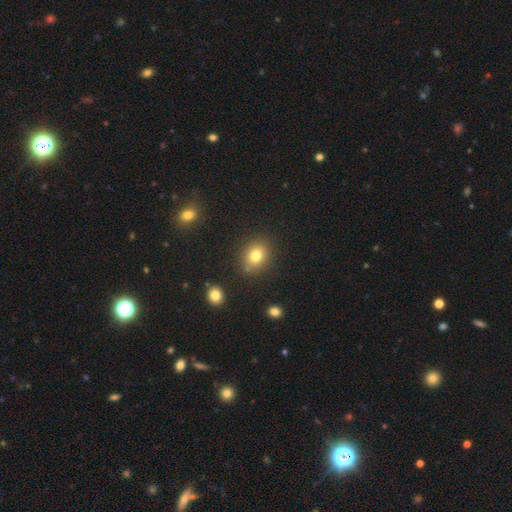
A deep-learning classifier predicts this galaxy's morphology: This is likely a smooth galaxy (79%). How rounded: possibly round (55%). Merging: clearly none (81%).